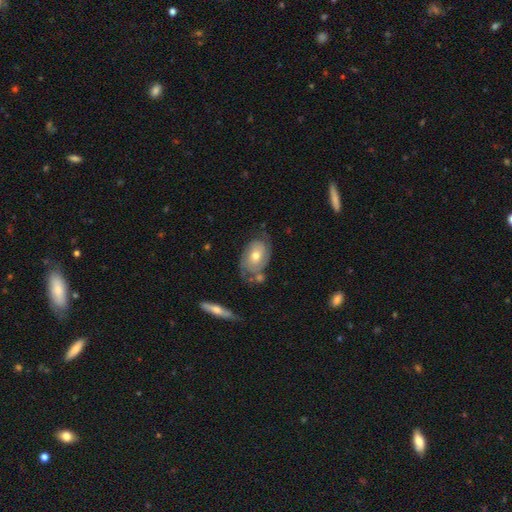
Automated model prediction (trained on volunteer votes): Smooth or featured? featured or disk (66%)
Edge-on disk? no (94%)
Bar? no (78%)
Spiral arms? yes (82%)
Spiral winding? tight (53%)
Spiral arm count? 2 (64%)
Bulge size? moderate (68%)
Merging? none (54%)